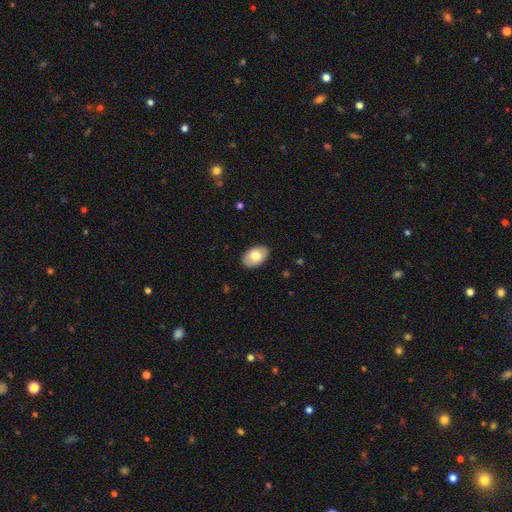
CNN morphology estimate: smooth_or_featured: smooth (p=0.76) [alt: featured or disk p=0.18]
how_rounded: in between (p=0.90) [alt: round p=0.09]
merging: none (p=0.88) [alt: minor disturbance p=0.09]